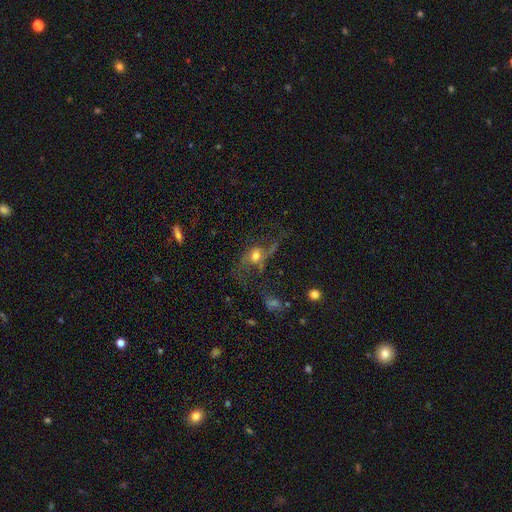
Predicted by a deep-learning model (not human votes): Overall: featured or disk (59%; smooth 27%). Edge-on disk: no (92%). Bar: no (66%; weak 27%). Spiral arms: yes (74%). Bulge size: moderate (59%; small 21%). Merging: major disturbance (37%, tied with none).